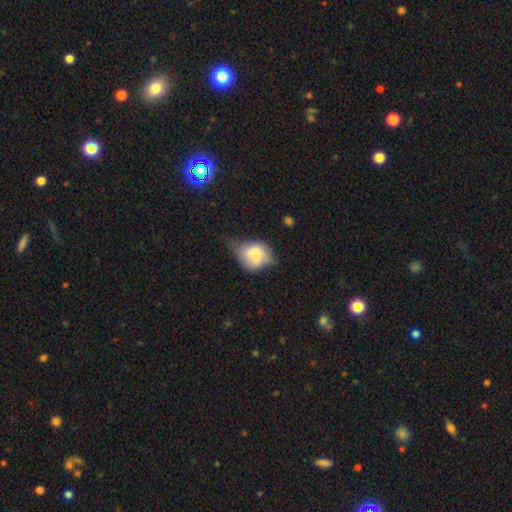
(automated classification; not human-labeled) Smooth or featured? smooth (61%)
How rounded? round (57%)
Merging? minor disturbance (42%)